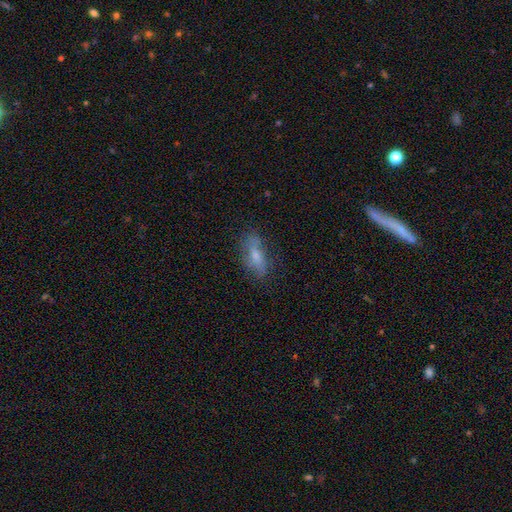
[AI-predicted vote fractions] Smooth or featured? Predicted: smooth (p=0.58). How rounded? Predicted: in between (p=0.68). Merging? Predicted: none (p=0.66).